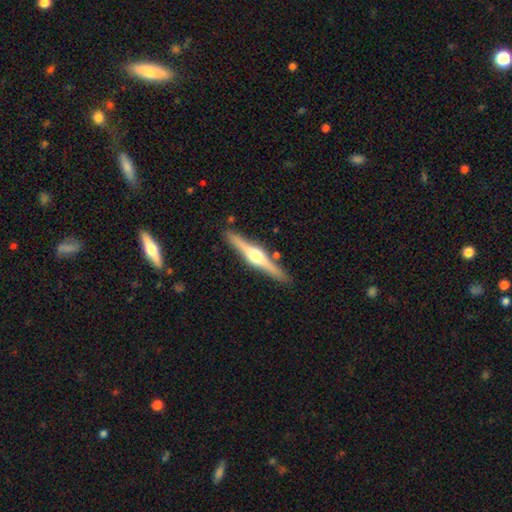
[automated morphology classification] The model was most divided on "smooth or featured": featured or disk: 77%, smooth: 19%, star or artifact: 5%. More confident: edge-on disk — yes (98%); edge-on bulge — rounded (95%); merging — none (87%).